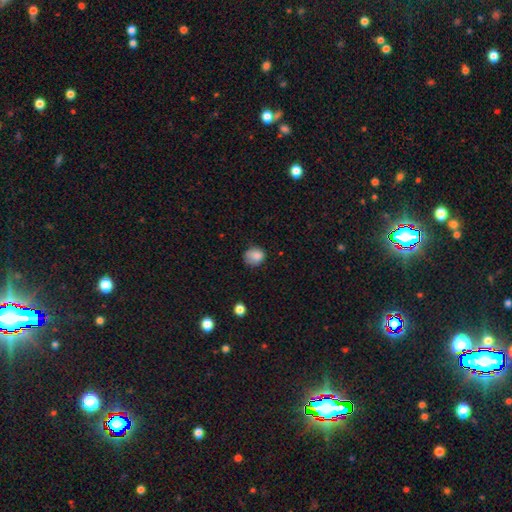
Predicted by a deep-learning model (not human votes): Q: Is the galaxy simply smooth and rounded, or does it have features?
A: smooth — 83%.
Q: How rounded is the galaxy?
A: round — 68%.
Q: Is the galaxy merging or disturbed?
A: none — 61%.